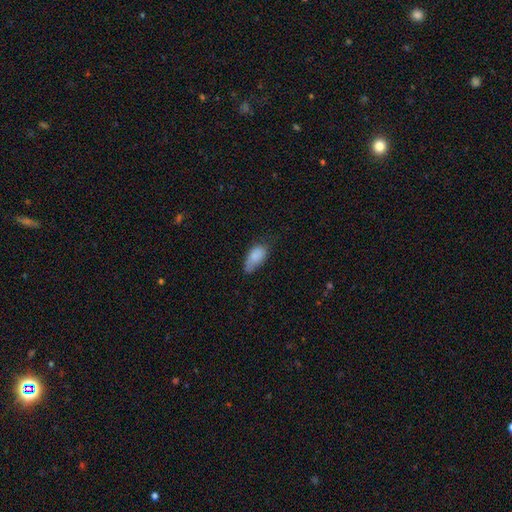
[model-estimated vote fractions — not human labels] smooth_or_featured: smooth (p=0.83) [alt: featured or disk p=0.10]
how_rounded: in between (p=0.91) [alt: cigar-shaped p=0.06]
merging: none (p=0.48) [alt: minor disturbance p=0.37]